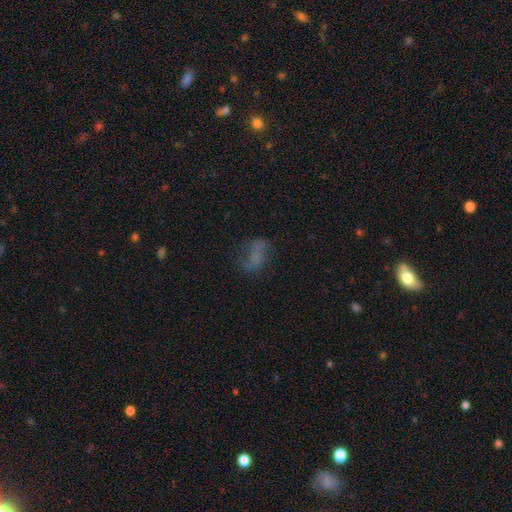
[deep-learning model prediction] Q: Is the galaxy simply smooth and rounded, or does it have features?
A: smooth — 46%.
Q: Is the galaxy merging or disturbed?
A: none — 49%.